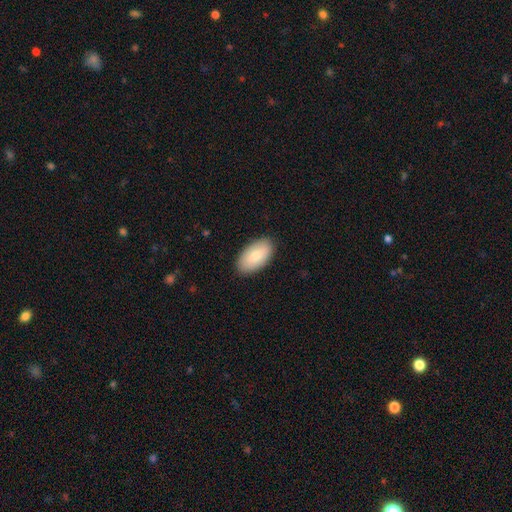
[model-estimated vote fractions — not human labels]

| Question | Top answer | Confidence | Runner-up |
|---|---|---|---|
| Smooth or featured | smooth | 79% | featured or disk (15%) |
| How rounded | in between | 95% | round (3%) |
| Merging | none | 88% | minor disturbance (9%) |